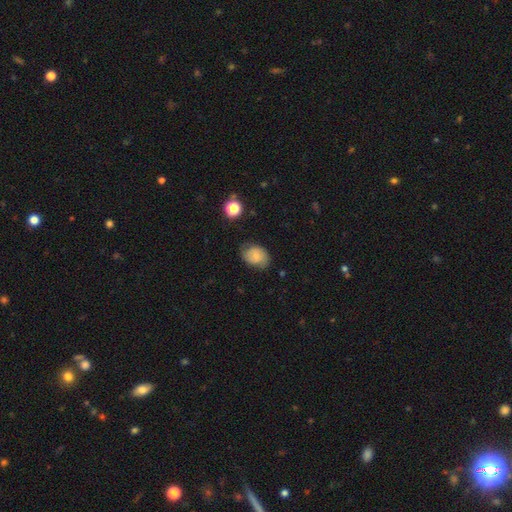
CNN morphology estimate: smooth_or_featured: smooth (p=0.61) [alt: featured or disk p=0.29]
how_rounded: in between (p=0.64) [alt: round p=0.35]
merging: none (p=0.66) [alt: minor disturbance p=0.25]